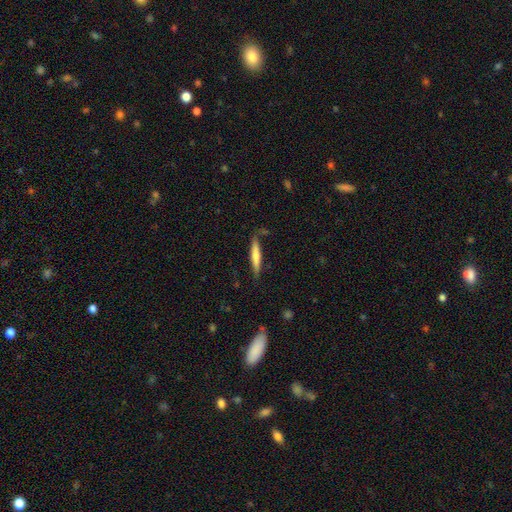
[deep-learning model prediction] Morphology: type=smooth (59%); roundness=cigar-shaped (93%); merging=none (77%).